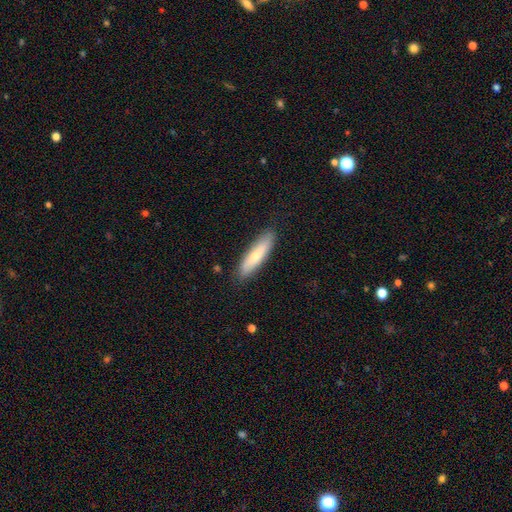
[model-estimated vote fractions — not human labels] smooth-or-featured: smooth: 66% | featured or disk: 28% | star or artifact: 6%
  how-rounded: cigar-shaped: 69% | in between: 29% | round: 2%
  merging: none: 86% | minor disturbance: 11% | major disturbance: 2% | merger: 1%